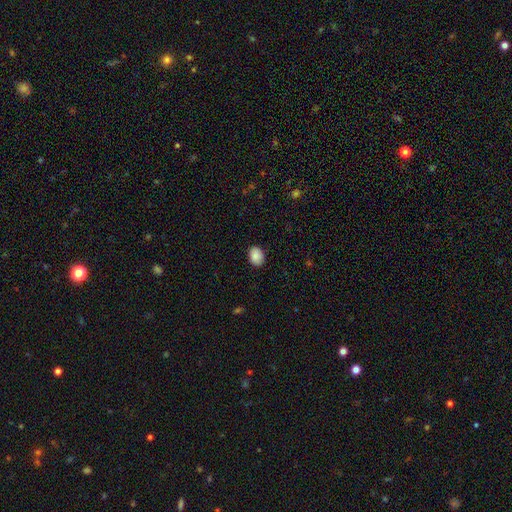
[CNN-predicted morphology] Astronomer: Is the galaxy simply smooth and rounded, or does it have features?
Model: smooth — 89%.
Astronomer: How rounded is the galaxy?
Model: in between — 69%.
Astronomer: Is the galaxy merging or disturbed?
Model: none — 87%.